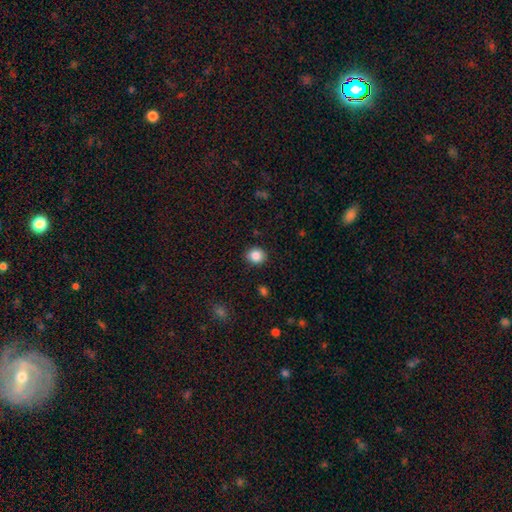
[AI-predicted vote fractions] Q: Smooth or featured?
A: smooth (86%); runner-up: star or artifact (9%)
Q: How rounded?
A: round (77%); runner-up: in between (22%)
Q: Merging?
A: none (89%); runner-up: minor disturbance (7%)